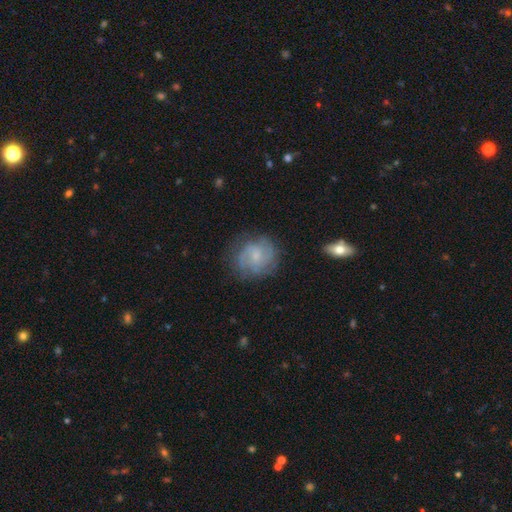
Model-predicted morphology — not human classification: smooth_or_featured: featured or disk (p=0.67) [alt: smooth p=0.25]
disk_edge_on: no (p=0.98) [alt: yes p=0.02]
bar: no (p=0.65) [alt: weak p=0.31]
has_spiral_arms: yes (p=0.91) [alt: no p=0.09]
spiral_winding: tight (p=0.50) [alt: medium p=0.38]
spiral_arm_count: can't tell (p=0.32) [tied with: 2 p=0.32]
bulge_size: small (p=0.67) [alt: moderate p=0.22]
merging: none (p=0.74) [alt: minor disturbance p=0.17]